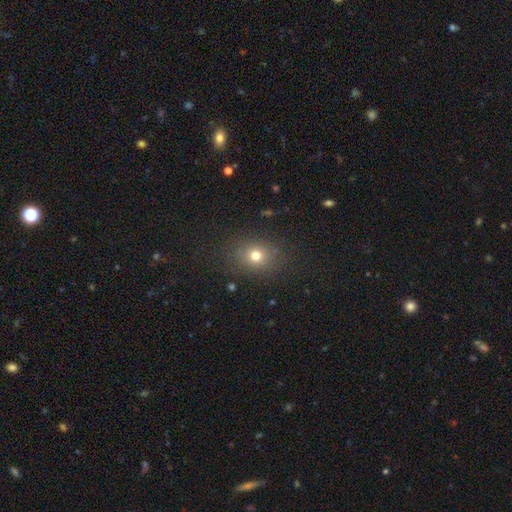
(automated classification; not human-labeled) Smooth or featured? Predicted: smooth (p=0.74). How rounded? Predicted: round (p=0.61). Merging? Predicted: none (p=0.84).